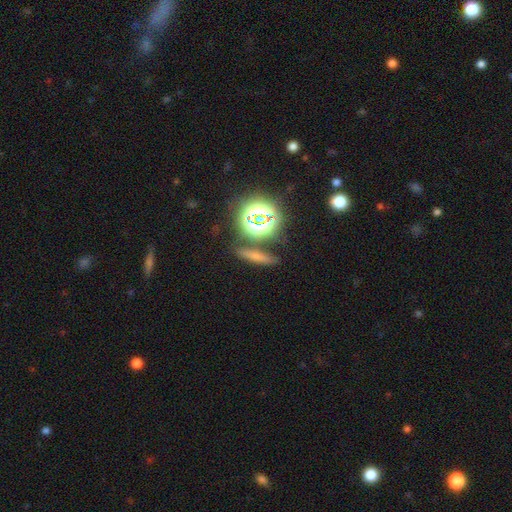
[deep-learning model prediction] Smooth or featured: smooth — 54% (star or artifact — 27%)
How rounded: cigar-shaped — 73% (in between — 14%)
Merging: none — 81% (minor disturbance — 10%)